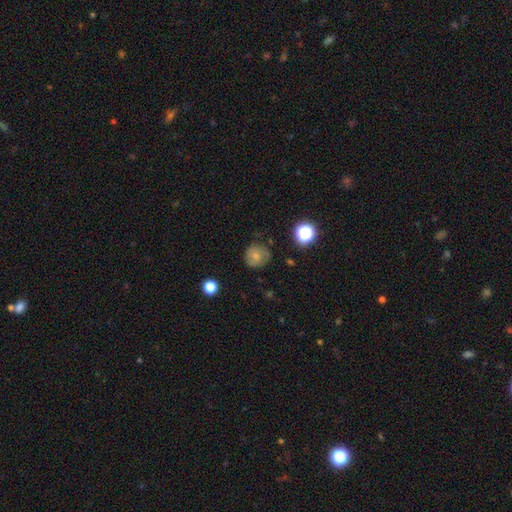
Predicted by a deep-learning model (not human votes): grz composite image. It shows a smooth galaxy with no disk features (65%) that is round (88%). Merging: none (74%).